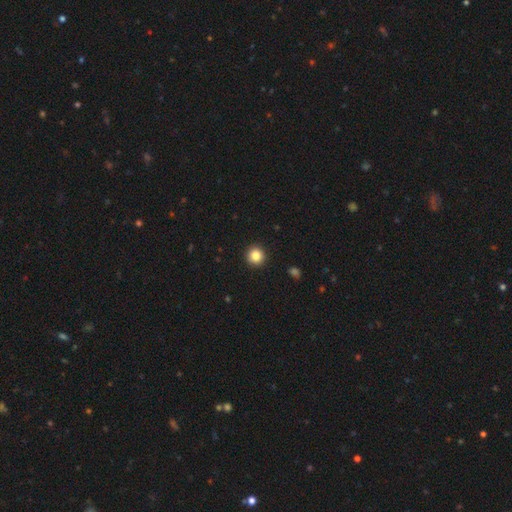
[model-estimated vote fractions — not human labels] Smooth or featured: smooth — 85% (star or artifact — 10%)
How rounded: round — 94% (in between — 5%)
Merging: none — 93% (minor disturbance — 4%)